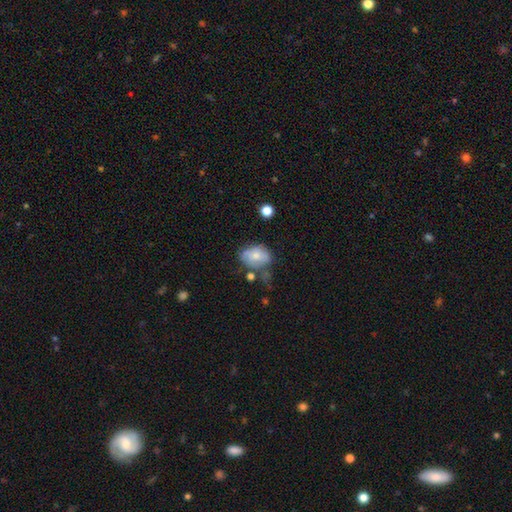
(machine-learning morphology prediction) This is likely a smooth galaxy (68%). How rounded: likely in between (73%). Merging: marginally none (44%).